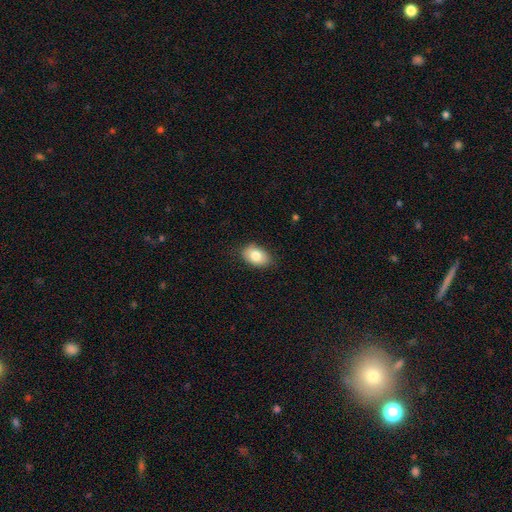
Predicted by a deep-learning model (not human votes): Q: Smooth or featured?
A: smooth (80%); runner-up: featured or disk (13%)
Q: How rounded?
A: in between (88%); runner-up: round (11%)
Q: Merging?
A: none (83%); runner-up: minor disturbance (13%)